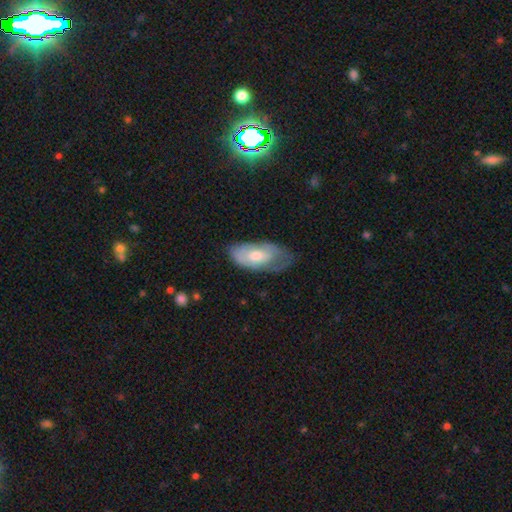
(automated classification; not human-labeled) A smooth galaxy with no disk features (53%) that is in between round and cigar-shaped (91%).

Vote fractions:
- Smooth or featured? smooth: 53% / featured or disk: 41% / star or artifact: 6%
- How rounded? in between: 91% / cigar-shaped: 6% / round: 3%
- Merging? none: 45% / minor disturbance: 36% / major disturbance: 18% / merger: 2%